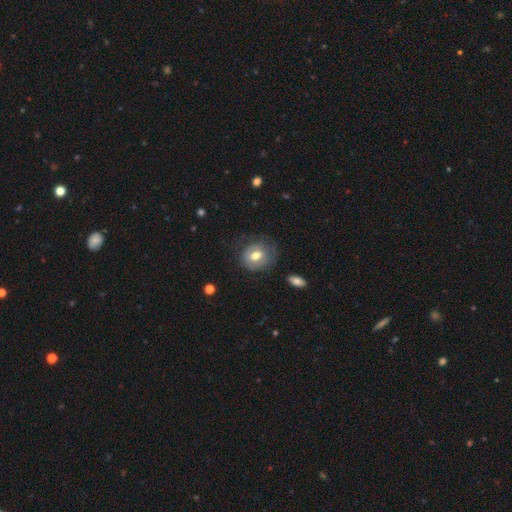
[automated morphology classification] This is possibly a smooth galaxy (56%). How rounded: likely round (68%). Merging: likely none (67%).